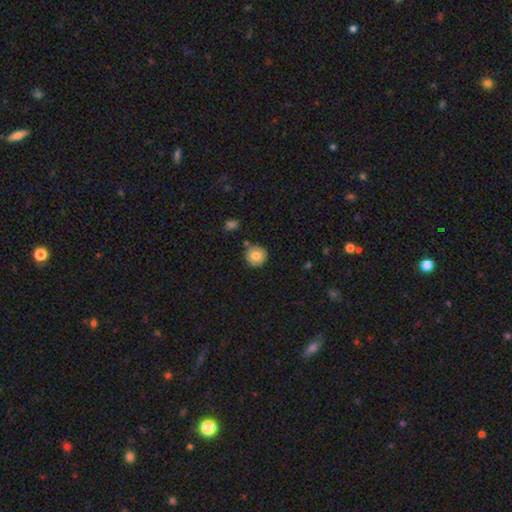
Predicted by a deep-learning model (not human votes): The model was most divided on "smooth or featured": smooth: 75%, featured or disk: 16%, star or artifact: 9%. More confident: how rounded — round (93%); merging — none (82%).